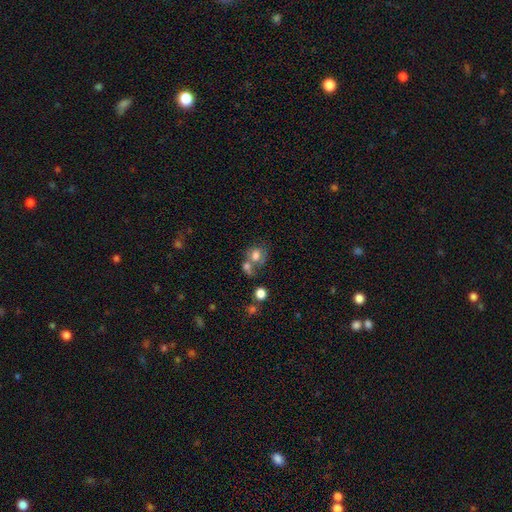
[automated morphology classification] A smooth galaxy with no disk features (68%) that is round (62%). Merging: merger (45%).